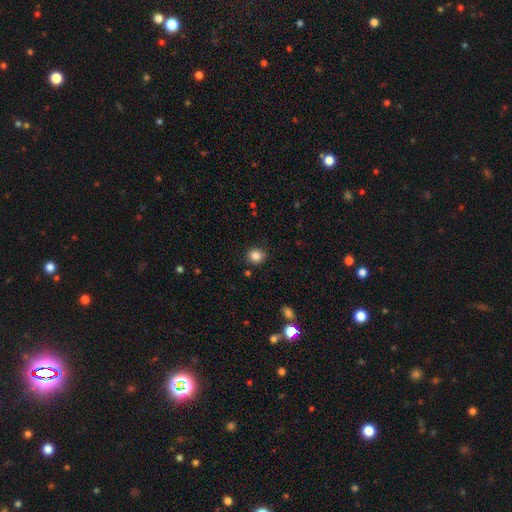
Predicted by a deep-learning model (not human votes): smooth_or_featured: smooth (p=0.85) [alt: star or artifact p=0.11]
how_rounded: round (p=0.82) [alt: in between p=0.17]
merging: none (p=0.86) [alt: minor disturbance p=0.10]